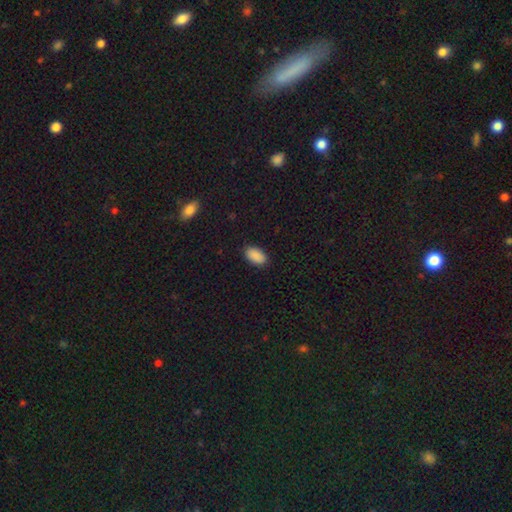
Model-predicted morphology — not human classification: Q: Smooth or featured?
A: smooth (90%); runner-up: star or artifact (7%)
Q: How rounded?
A: in between (94%); runner-up: round (3%)
Q: Merging?
A: none (89%); runner-up: minor disturbance (8%)